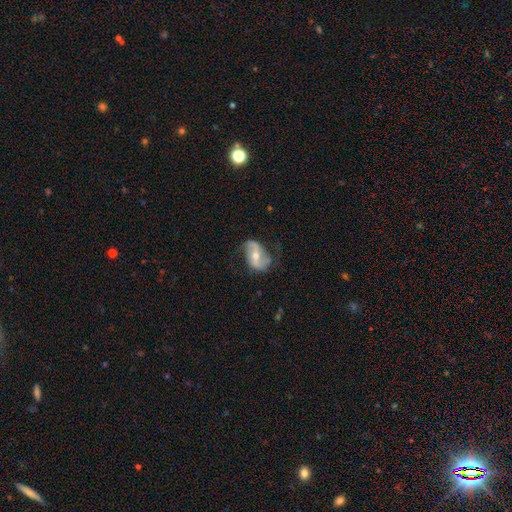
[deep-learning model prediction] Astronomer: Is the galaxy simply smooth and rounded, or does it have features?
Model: featured or disk — 76%.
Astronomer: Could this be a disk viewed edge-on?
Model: no — 96%.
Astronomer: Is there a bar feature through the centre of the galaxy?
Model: weak — 37% (runner-up: no, 35%).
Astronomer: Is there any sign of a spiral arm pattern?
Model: yes — 88%.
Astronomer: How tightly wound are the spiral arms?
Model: loose — 63%.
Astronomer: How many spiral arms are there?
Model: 2 — 90%.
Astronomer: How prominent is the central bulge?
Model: moderate — 62%.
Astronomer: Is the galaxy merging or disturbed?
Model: none — 67%.